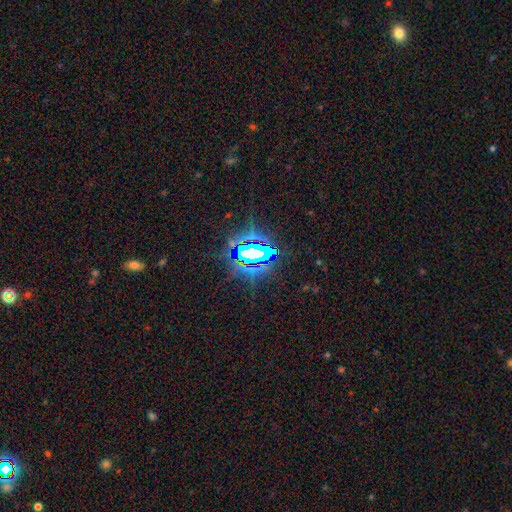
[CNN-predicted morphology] Smooth or featured: star or artifact — 76% (featured or disk — 12%)